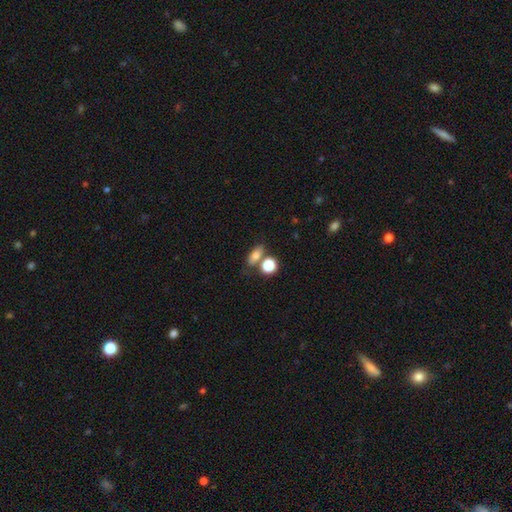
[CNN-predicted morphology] smooth 74%, featured or disk 14%, star or artifact 12%. Down the decision tree: how rounded — in between (73%); merging — none (61%).